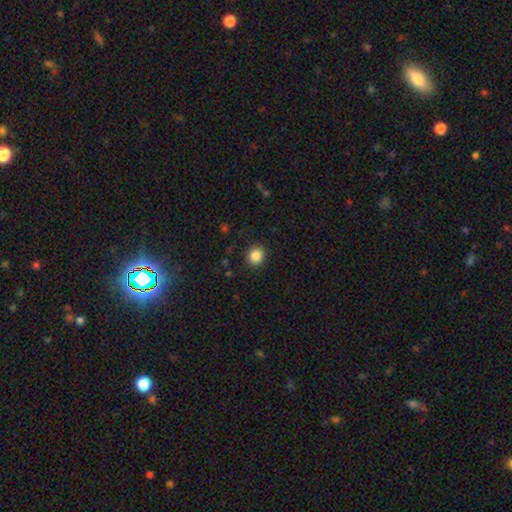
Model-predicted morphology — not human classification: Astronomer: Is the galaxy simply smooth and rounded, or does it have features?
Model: smooth — 86%.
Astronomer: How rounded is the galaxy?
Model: round — 84%.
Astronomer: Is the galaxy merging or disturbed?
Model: none — 89%.